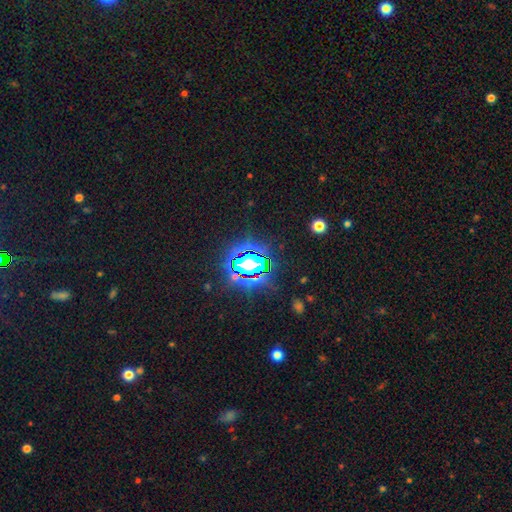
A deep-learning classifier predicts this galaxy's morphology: Smooth or featured?
  - star or artifact: 82% *
  - smooth: 12%
  - featured or disk: 6%